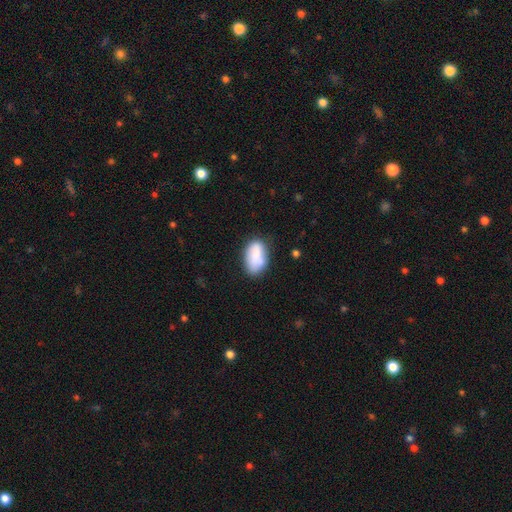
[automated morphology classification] smooth_or_featured: smooth (p=0.81) [alt: featured or disk p=0.12]
how_rounded: in between (p=0.92) [alt: round p=0.06]
merging: none (p=0.61) [alt: minor disturbance p=0.25]